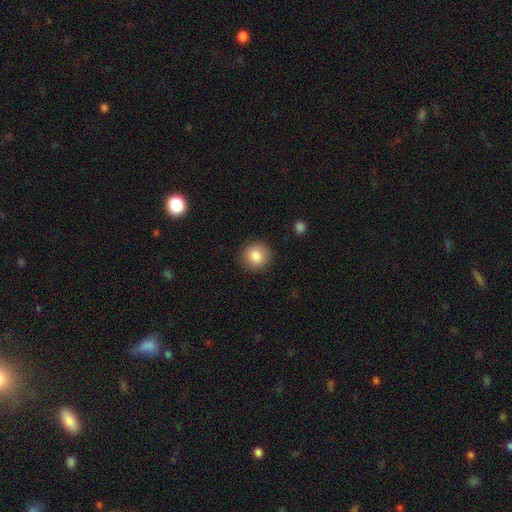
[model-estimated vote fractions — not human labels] A smooth galaxy with no disk features (85%) that is round (89%). Merging: none (88%).